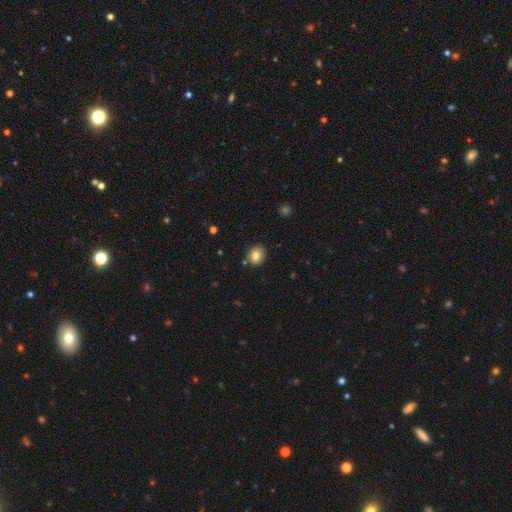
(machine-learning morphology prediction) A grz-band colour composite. It shows a smooth galaxy with no disk features (81%) that is round (74%). Merging: none (87%).